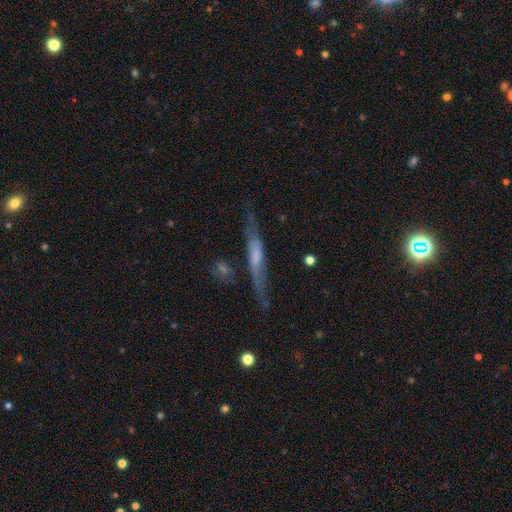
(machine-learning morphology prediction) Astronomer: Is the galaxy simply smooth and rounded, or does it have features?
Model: featured or disk — 58% (runner-up: smooth, 34%).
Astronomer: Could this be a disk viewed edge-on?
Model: yes — 82%.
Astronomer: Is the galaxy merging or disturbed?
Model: none — 64%.